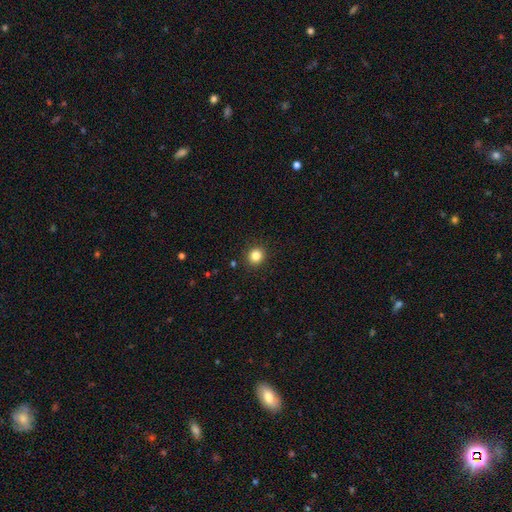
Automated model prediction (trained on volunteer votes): A smooth galaxy with no disk features (83%) that is round (88%).

Vote fractions:
- Smooth or featured? smooth: 83% / star or artifact: 12% / featured or disk: 5%
- How rounded? round: 88% / in between: 11% / cigar-shaped: 1%
- Merging? none: 91% / minor disturbance: 6% / major disturbance: 2% / merger: 1%